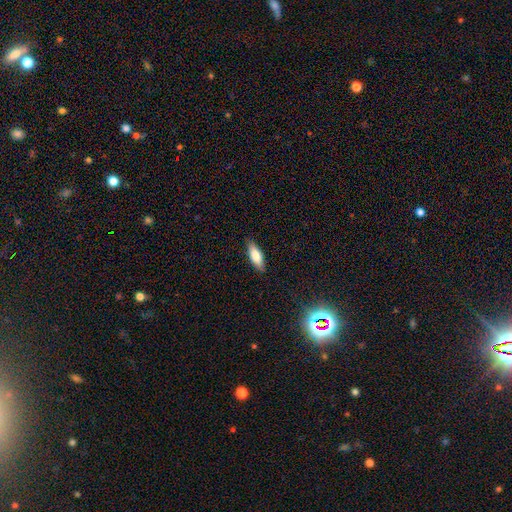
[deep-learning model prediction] Smooth or featured?
  - smooth: 78% *
  - featured or disk: 15%
  - star or artifact: 6%
How rounded?
  - in between: 61% *
  - cigar-shaped: 37%
  - round: 2%
Merging?
  - none: 87% *
  - minor disturbance: 10%
  - major disturbance: 2%
  - merger: 1%